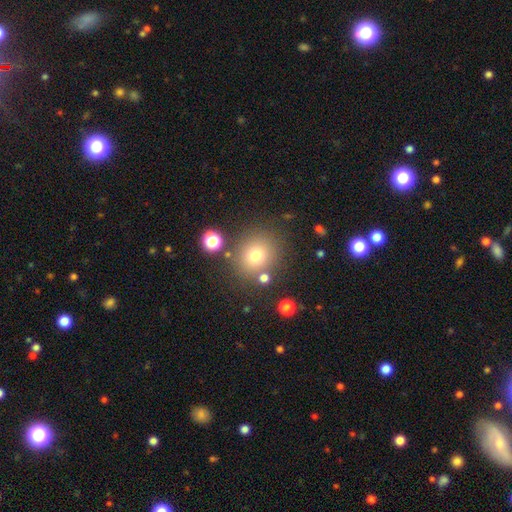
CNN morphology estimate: Smooth or featured?
  - smooth: 72% *
  - star or artifact: 17%
  - featured or disk: 11%
How rounded?
  - round: 83% *
  - in between: 16%
  - cigar-shaped: 1%
Merging?
  - none: 80% *
  - minor disturbance: 9%
  - merger: 6%
  - major disturbance: 4%